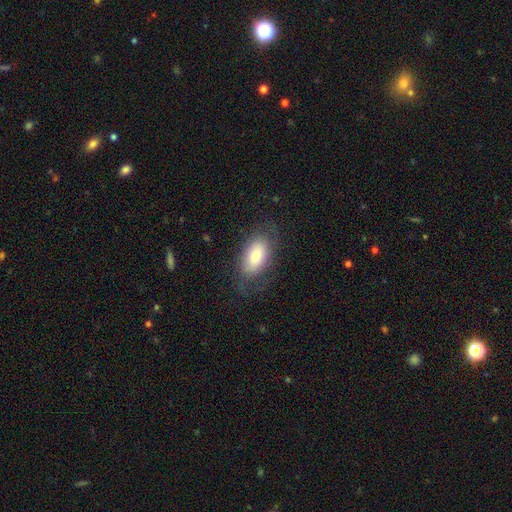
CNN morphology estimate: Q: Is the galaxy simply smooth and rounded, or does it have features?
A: smooth — 69%.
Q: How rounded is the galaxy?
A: in between — 91%.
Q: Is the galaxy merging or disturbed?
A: none — 69%.